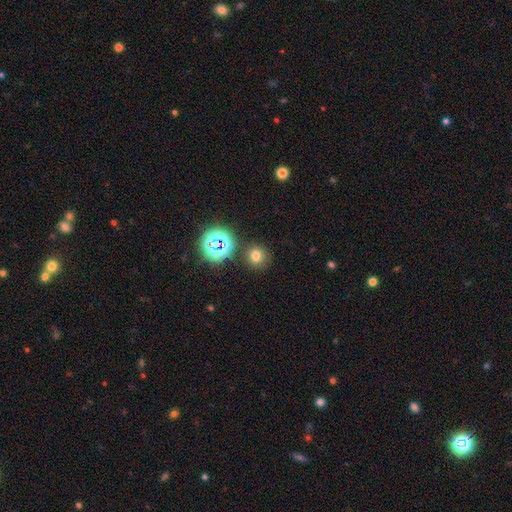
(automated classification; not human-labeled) Smooth or featured?
  - smooth: 67% *
  - star or artifact: 24%
  - featured or disk: 8%
How rounded?
  - round: 89% *
  - in between: 10%
  - cigar-shaped: 1%
Merging?
  - none: 86% *
  - minor disturbance: 7%
  - merger: 5%
  - major disturbance: 3%